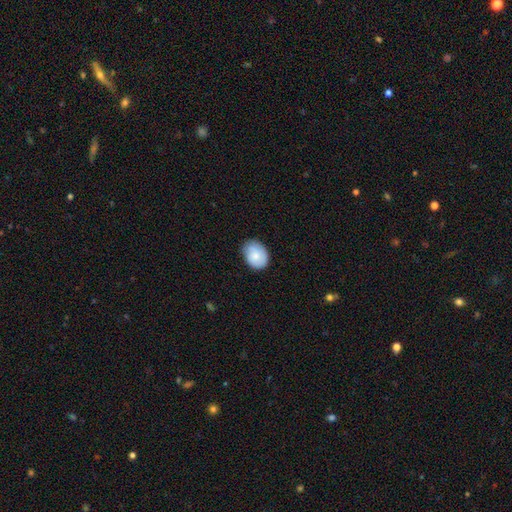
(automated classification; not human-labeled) smooth-or-featured: smooth: 79% | featured or disk: 15% | star or artifact: 6%
  how-rounded: in between: 63% | round: 36% | cigar-shaped: 1%
  merging: none: 71% | minor disturbance: 24% | major disturbance: 4% | merger: 1%